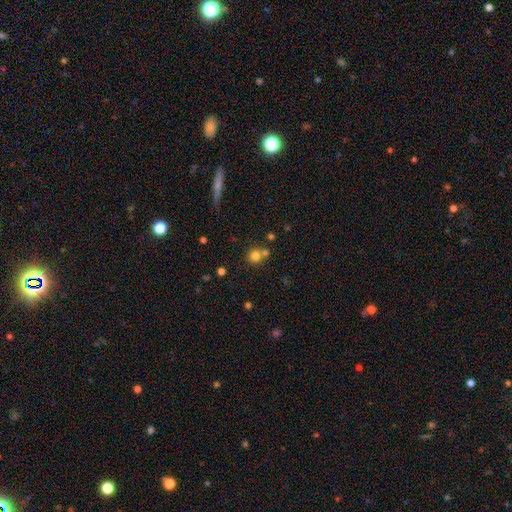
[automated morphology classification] smooth-or-featured: smooth: 77% | star or artifact: 14% | featured or disk: 8%
  how-rounded: round: 90% | in between: 9% | cigar-shaped: 1%
  merging: none: 59% | merger: 31% | minor disturbance: 7% | major disturbance: 3%